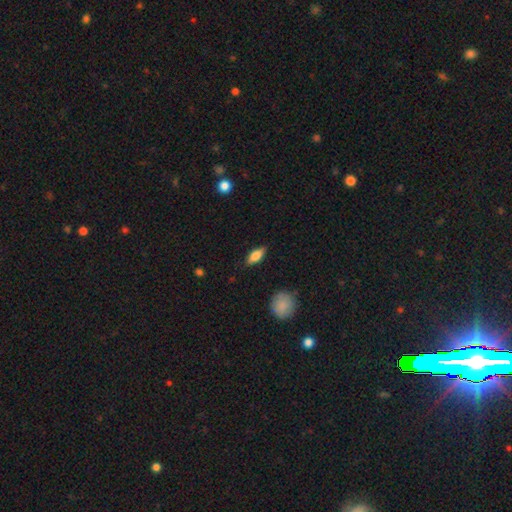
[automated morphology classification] smooth_or_featured: smooth (p=0.77) [alt: featured or disk p=0.16]
how_rounded: in between (p=0.76) [alt: cigar-shaped p=0.21]
merging: none (p=0.85) [alt: minor disturbance p=0.11]